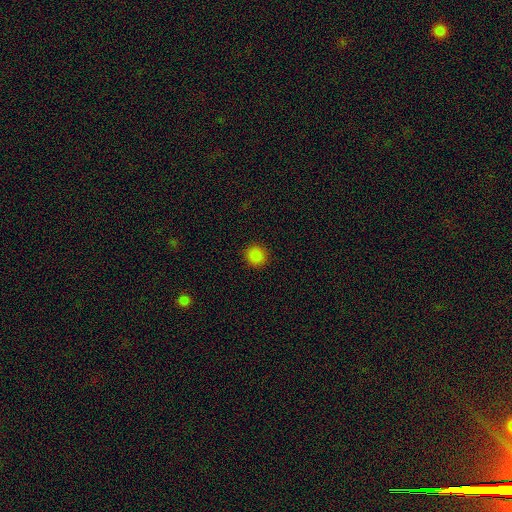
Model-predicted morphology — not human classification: smooth 86%, star or artifact 11%, featured or disk 3%. Down the decision tree: how rounded — round (91%); merging — none (91%).